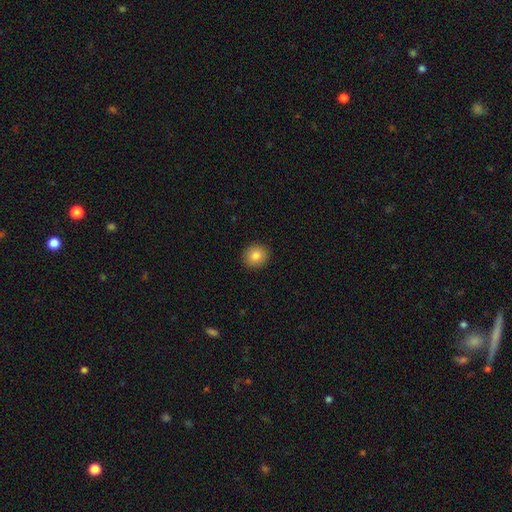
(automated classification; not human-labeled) This is clearly a smooth galaxy (83%). How rounded: clearly round (85%). Merging: clearly none (92%).